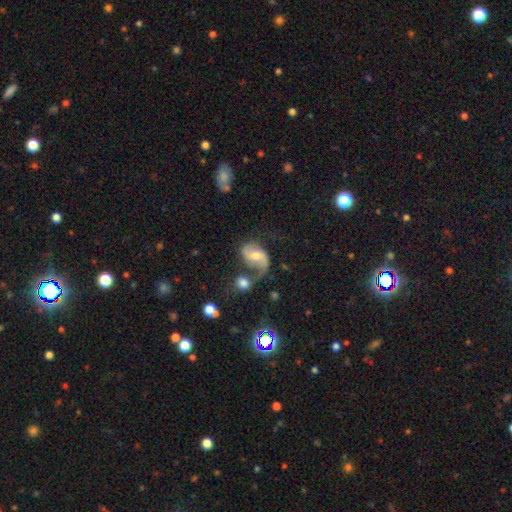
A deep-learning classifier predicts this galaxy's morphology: The model was most divided on "bar": no: 44%, weak: 43%, strong: 13%. Remaining: edge-on disk — no (97%); spiral arms — yes (93%); spiral arm count — 2 (82%); smooth or featured — featured or disk (78%); bulge size — moderate (59%); spiral winding — loose (55%); merging — none (39%).